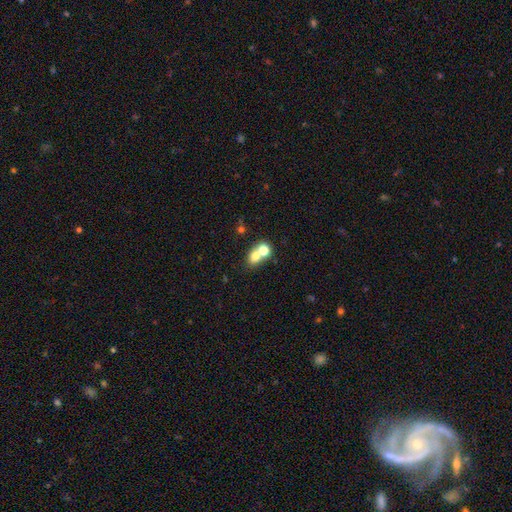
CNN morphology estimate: Smooth or featured?
  - smooth: 71% *
  - featured or disk: 17%
  - star or artifact: 12%
How rounded?
  - round: 58% *
  - in between: 41%
  - cigar-shaped: 1%
Merging?
  - merger: 60% *
  - none: 31%
  - minor disturbance: 6%
  - major disturbance: 3%